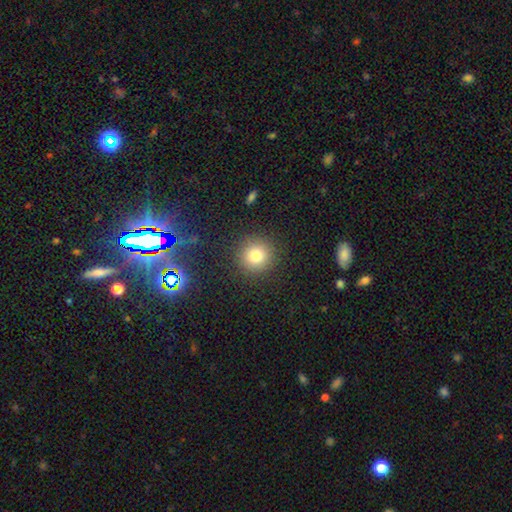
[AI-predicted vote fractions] Smooth or featured? Predicted: smooth (p=0.79). How rounded? Predicted: round (p=0.93). Merging? Predicted: none (p=0.89).